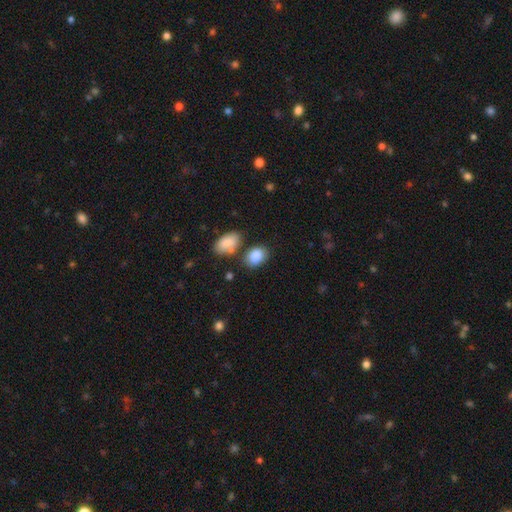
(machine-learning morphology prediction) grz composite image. It shows a smooth galaxy with no disk features (87%) that is in between round and cigar-shaped (81%). Merging: none (69%).